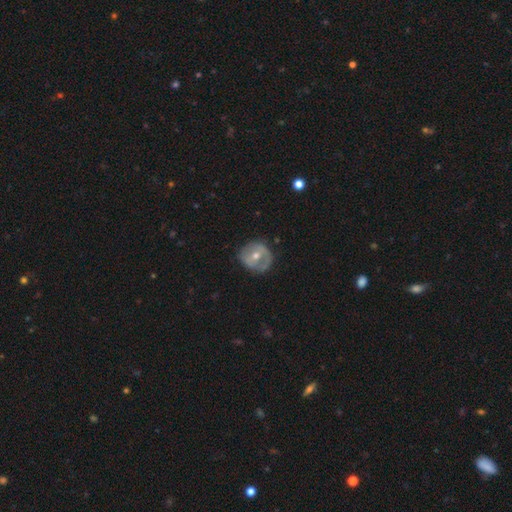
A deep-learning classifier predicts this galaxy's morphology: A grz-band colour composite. It shows a featured or disk galaxy (62%) with no bar (43%), no spiral arms (53%) and a moderate central bulge (57%). Merging: none (72%).